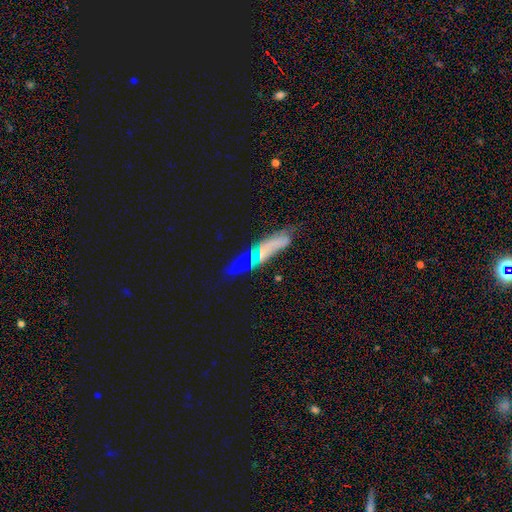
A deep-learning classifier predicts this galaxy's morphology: Smooth or featured? Predicted: featured or disk (p=0.42). Merging? Predicted: none (p=0.59).